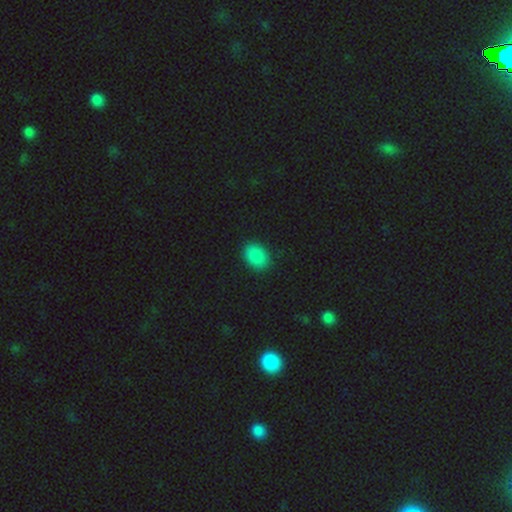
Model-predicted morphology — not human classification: This is clearly a smooth galaxy (87%). How rounded: likely in between (79%). Merging: clearly none (89%).